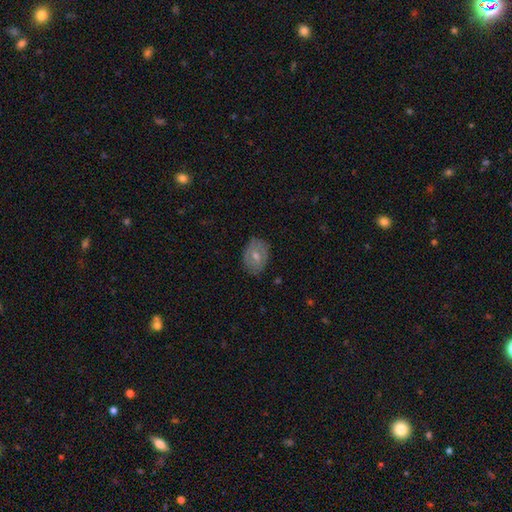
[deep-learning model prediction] This is possibly a smooth galaxy (48%). Merging: likely none (78%).